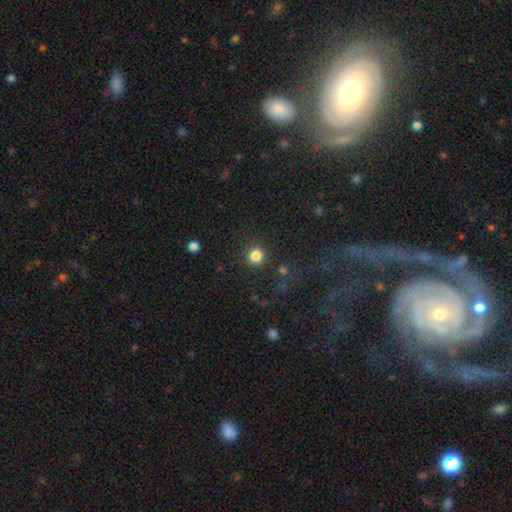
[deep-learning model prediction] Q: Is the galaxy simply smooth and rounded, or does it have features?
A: smooth — 84%.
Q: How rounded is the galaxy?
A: round — 92%.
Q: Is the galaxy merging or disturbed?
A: none — 87%.